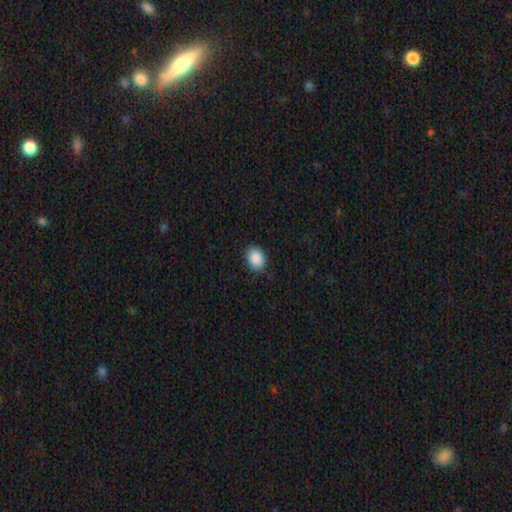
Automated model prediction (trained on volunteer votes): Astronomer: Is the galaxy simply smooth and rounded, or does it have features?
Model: smooth — 90%.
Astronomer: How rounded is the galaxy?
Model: in between — 60% (runner-up: round, 39%).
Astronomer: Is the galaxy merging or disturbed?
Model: none — 86%.